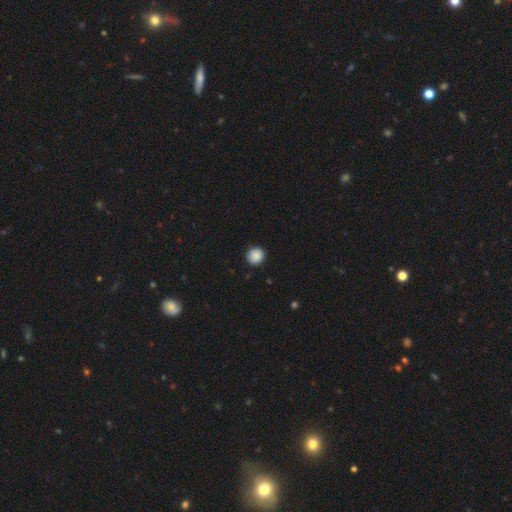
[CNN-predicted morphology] Smooth or featured? Predicted: smooth (p=0.88). How rounded? Predicted: round (p=0.92). Merging? Predicted: none (p=0.89).